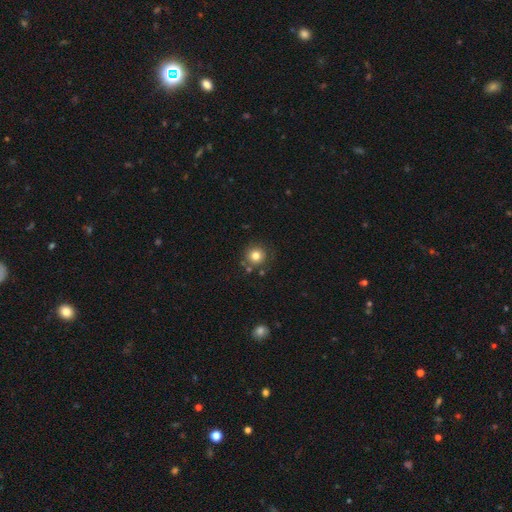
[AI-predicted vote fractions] smooth 79%, star or artifact 12%, featured or disk 9%. Down the decision tree: how rounded — round (94%); merging — none (80%).